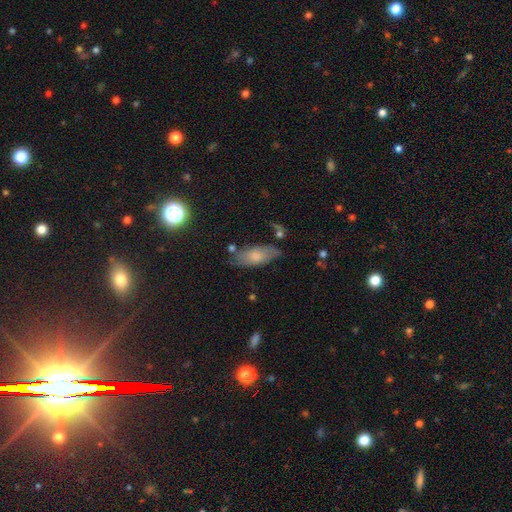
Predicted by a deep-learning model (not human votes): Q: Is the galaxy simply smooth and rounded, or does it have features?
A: smooth — 67%.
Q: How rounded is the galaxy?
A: in between — 80%.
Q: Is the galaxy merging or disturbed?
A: none — 63%.